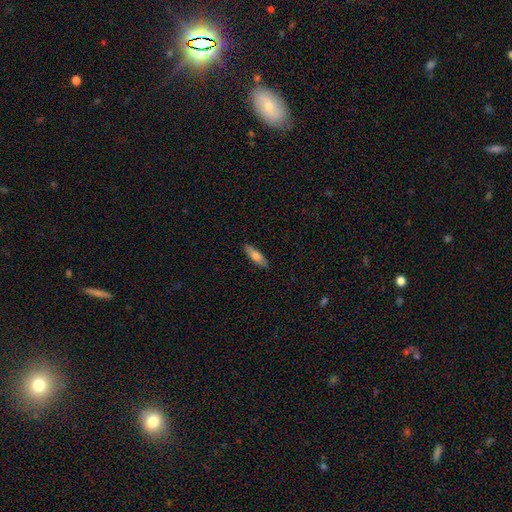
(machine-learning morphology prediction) Smooth or featured? smooth (69%)
How rounded? cigar-shaped (53%)
Merging? none (87%)